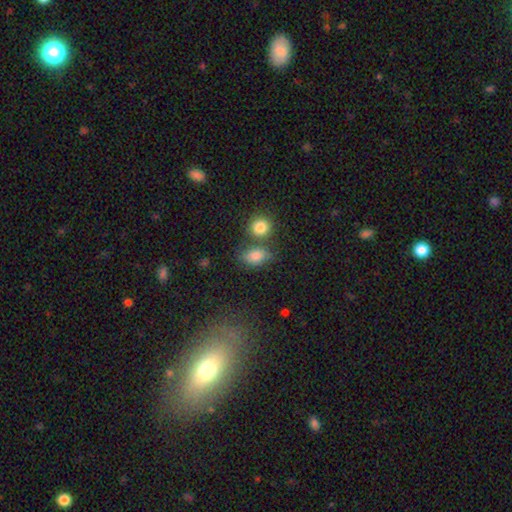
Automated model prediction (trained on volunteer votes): A smooth galaxy with no disk features (80%) that is in between round and cigar-shaped (74%).

Vote fractions:
- Smooth or featured? smooth: 80% / star or artifact: 11% / featured or disk: 9%
- How rounded? in between: 74% / round: 23% / cigar-shaped: 2%
- Merging? none: 53% / merger: 23% / minor disturbance: 17% / major disturbance: 7%